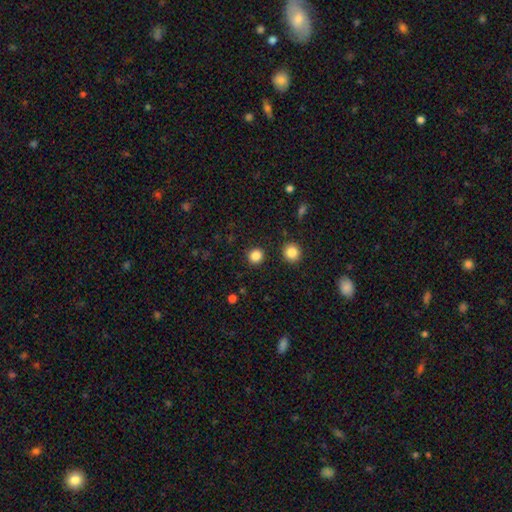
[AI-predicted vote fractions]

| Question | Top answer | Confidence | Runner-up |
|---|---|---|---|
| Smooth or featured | smooth | 85% | star or artifact (12%) |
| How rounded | round | 91% | in between (8%) |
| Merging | none | 90% | minor disturbance (5%) |